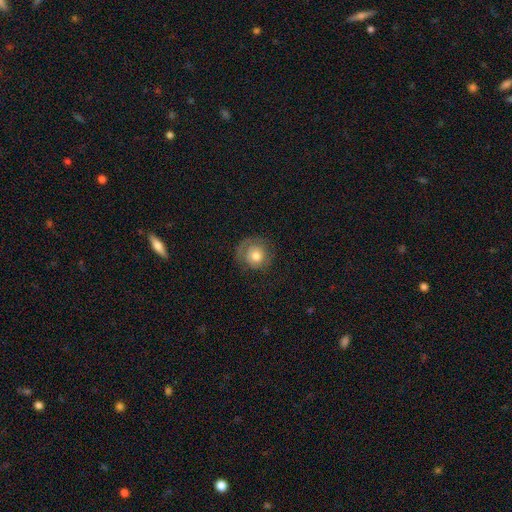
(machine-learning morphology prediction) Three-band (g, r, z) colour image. It shows a smooth galaxy with no disk features (59%) that is round (89%). Merging: none (67%).